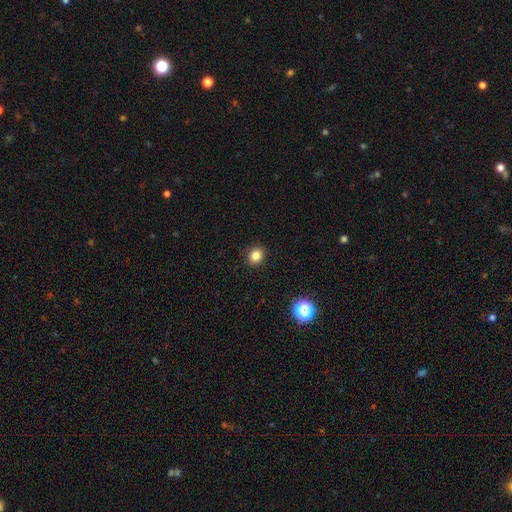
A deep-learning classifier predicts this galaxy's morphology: Overall: smooth (82%). How rounded: round (80%). Merging: none (91%).